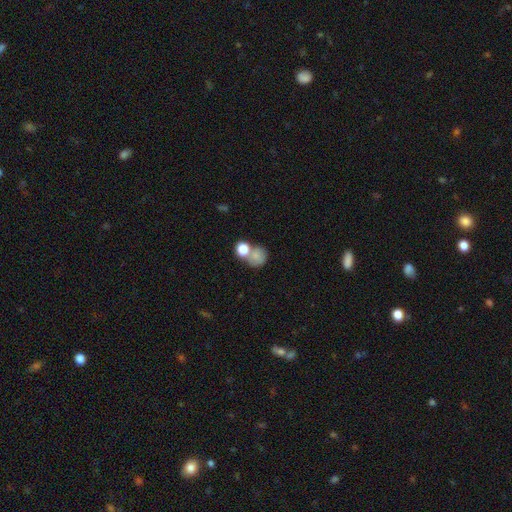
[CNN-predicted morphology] A smooth galaxy with no disk features (75%) that is round (76%).

Vote fractions:
- Smooth or featured? smooth: 75% / featured or disk: 13% / star or artifact: 12%
- How rounded? round: 76% / in between: 23% / cigar-shaped: 1%
- Merging? none: 42% / merger: 39% / minor disturbance: 12% / major disturbance: 7%